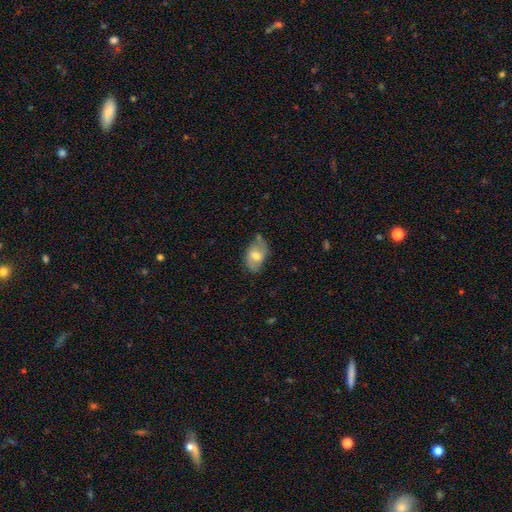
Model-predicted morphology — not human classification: Smooth or featured?
  - smooth: 54% *
  - featured or disk: 39%
  - star or artifact: 7%
How rounded?
  - in between: 88% *
  - round: 10%
  - cigar-shaped: 2%
Merging?
  - none: 60% *
  - minor disturbance: 29%
  - major disturbance: 8%
  - merger: 3%